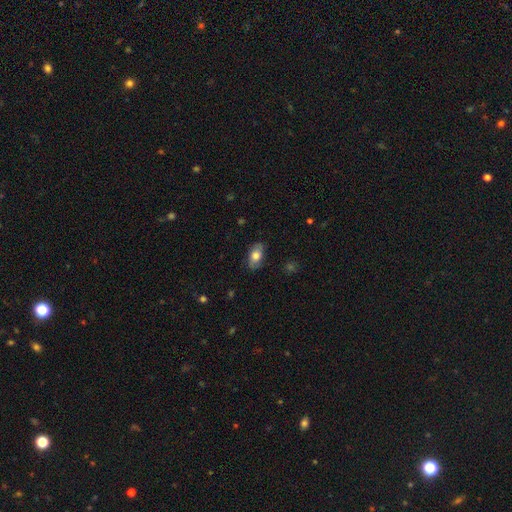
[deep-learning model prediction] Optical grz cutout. It shows a smooth galaxy with no disk features (66%) that is in between round and cigar-shaped (91%). Merging: none (80%).